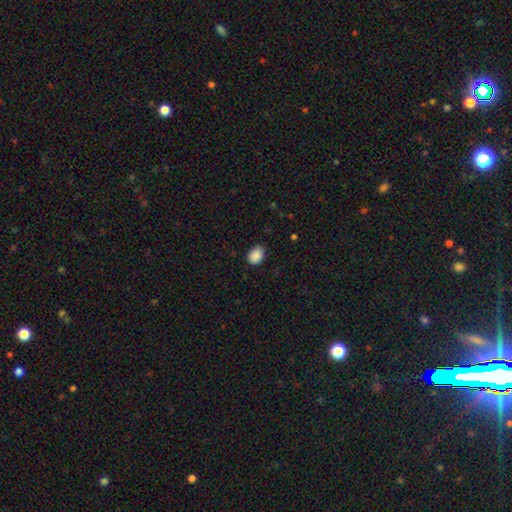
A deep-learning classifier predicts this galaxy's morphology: type=smooth (89%); roundness=in between (69%); merging=none (83%).